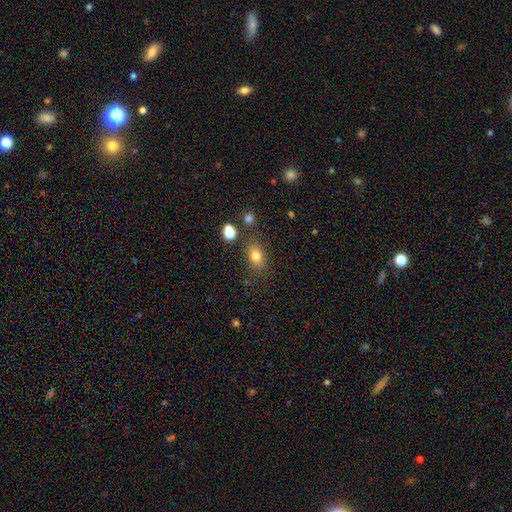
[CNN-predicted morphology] smooth-or-featured: smooth: 78% | star or artifact: 13% | featured or disk: 9%
  how-rounded: in between: 68% | round: 30% | cigar-shaped: 2%
  merging: none: 77% | minor disturbance: 13% | merger: 5% | major disturbance: 5%